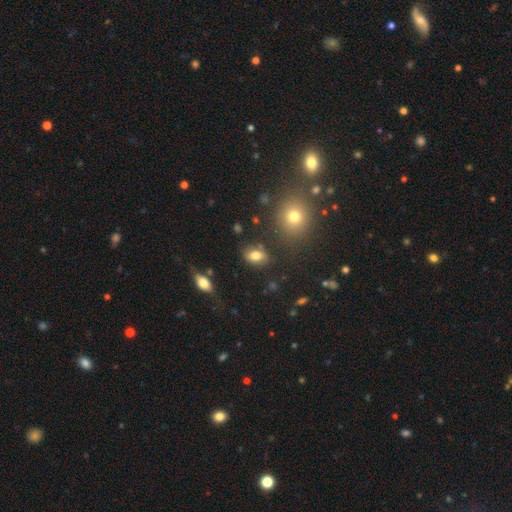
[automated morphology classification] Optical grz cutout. It shows a smooth galaxy with no disk features (78%) that is in between round and cigar-shaped (81%). Merging: none (80%).